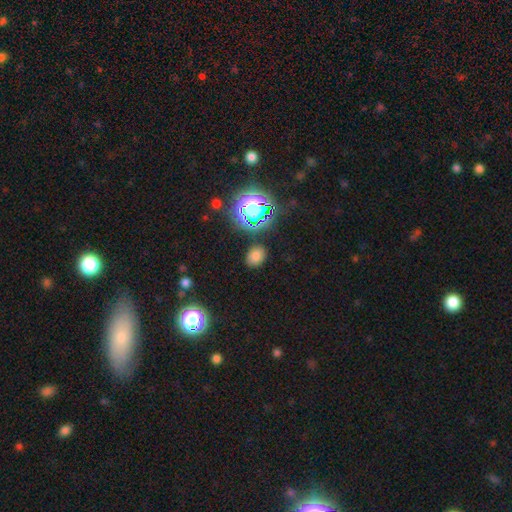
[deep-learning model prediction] Smooth or featured: smooth — 68% (star or artifact — 24%)
How rounded: in between — 59% (round — 40%)
Merging: none — 84% (minor disturbance — 11%)